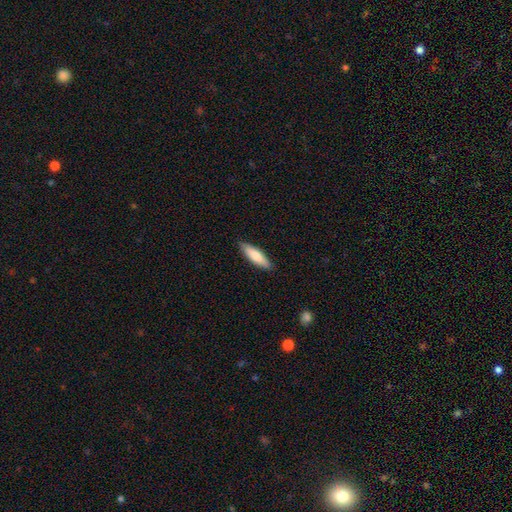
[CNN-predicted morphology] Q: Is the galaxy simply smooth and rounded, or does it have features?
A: smooth — 76%.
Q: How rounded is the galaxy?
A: cigar-shaped — 61%.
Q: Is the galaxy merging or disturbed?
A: none — 88%.